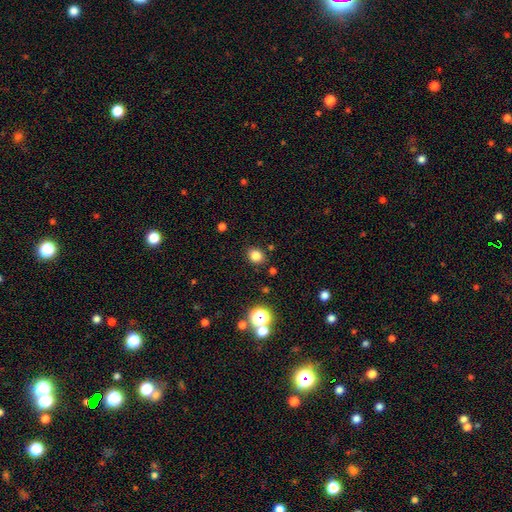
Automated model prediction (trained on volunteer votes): A smooth galaxy with no disk features (81%) that is round (69%).

Vote fractions:
- Smooth or featured? smooth: 81% / star or artifact: 14% / featured or disk: 5%
- How rounded? round: 69% / in between: 30% / cigar-shaped: 1%
- Merging? none: 87% / minor disturbance: 8% / major disturbance: 3% / merger: 2%